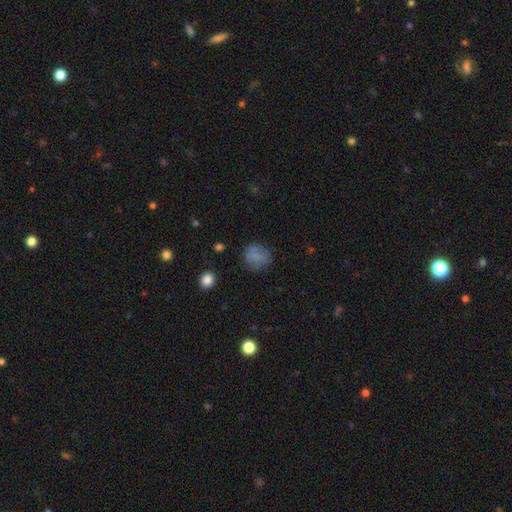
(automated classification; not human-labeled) smooth_or_featured: smooth (p=0.77) [alt: star or artifact p=0.12]
how_rounded: round (p=0.74) [alt: in between p=0.25]
merging: none (p=0.72) [alt: minor disturbance p=0.18]